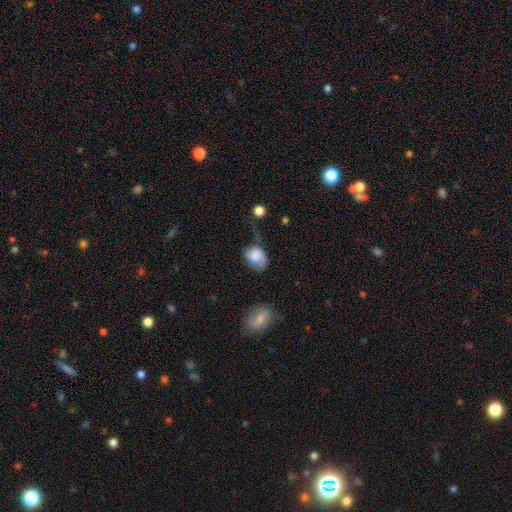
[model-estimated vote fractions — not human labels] This appears to be a smooth galaxy with no disk features (81%) that is in between round and cigar-shaped (63%). Merging: none (41%).